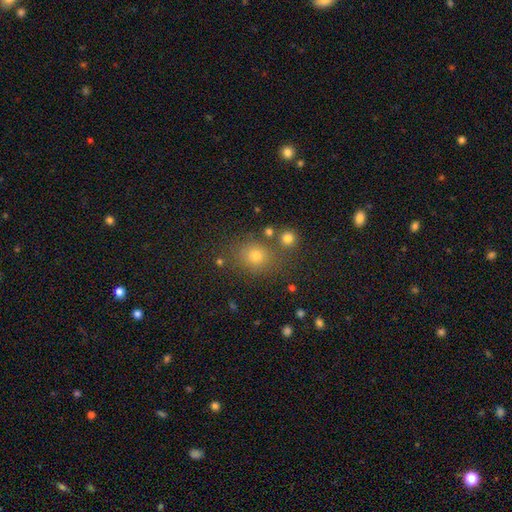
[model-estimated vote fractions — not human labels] smooth-or-featured: smooth: 71% | star or artifact: 19% | featured or disk: 9%
  how-rounded: round: 71% | in between: 28% | cigar-shaped: 1%
  merging: none: 75% | minor disturbance: 11% | merger: 10% | major disturbance: 4%